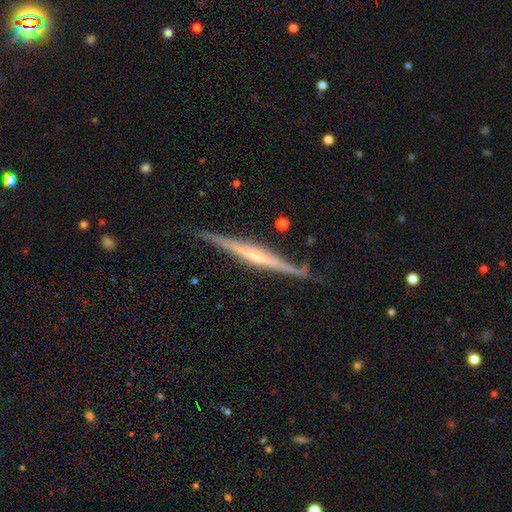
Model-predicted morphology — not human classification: Overall: featured or disk (76%). Edge-on disk: yes (97%). Edge-on bulge: none (44%; rounded 37%). Merging: none (77%).